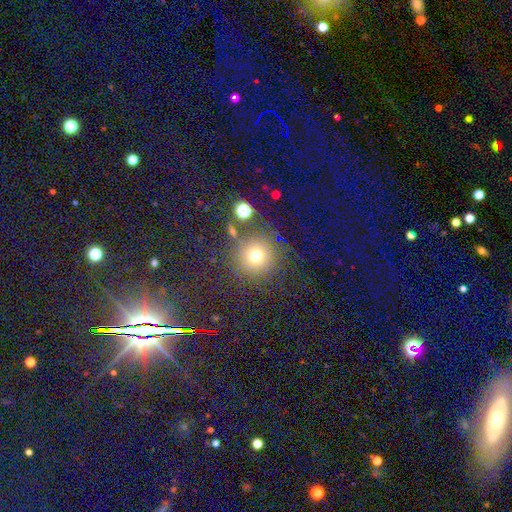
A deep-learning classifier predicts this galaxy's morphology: Smooth or featured?
  - smooth: 70% *
  - star or artifact: 21%
  - featured or disk: 9%
How rounded?
  - round: 94% *
  - in between: 5%
  - cigar-shaped: 1%
Merging?
  - none: 82% *
  - minor disturbance: 9%
  - major disturbance: 5%
  - merger: 5%